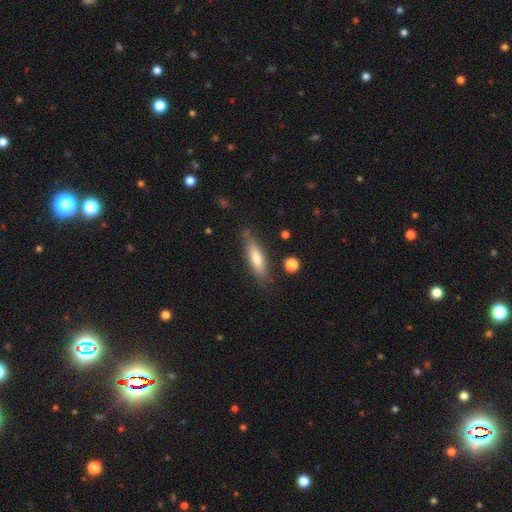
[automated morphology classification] This is likely a smooth galaxy (69%). How rounded: possibly cigar-shaped (60%). Merging: likely none (79%).